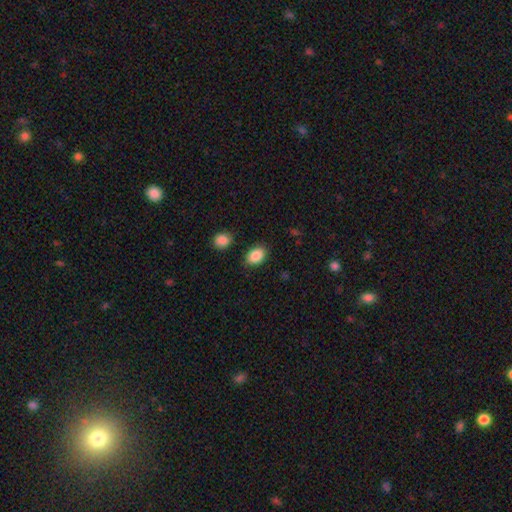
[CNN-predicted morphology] Smooth or featured: smooth — 87% (star or artifact — 8%)
How rounded: in between — 79% (round — 20%)
Merging: none — 82% (minor disturbance — 11%)